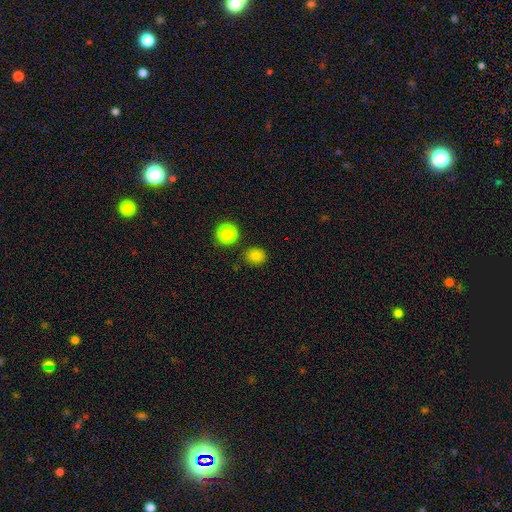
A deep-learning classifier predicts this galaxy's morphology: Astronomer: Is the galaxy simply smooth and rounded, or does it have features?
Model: smooth — 79%.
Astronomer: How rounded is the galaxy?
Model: round — 79%.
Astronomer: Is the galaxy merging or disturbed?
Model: none — 84%.